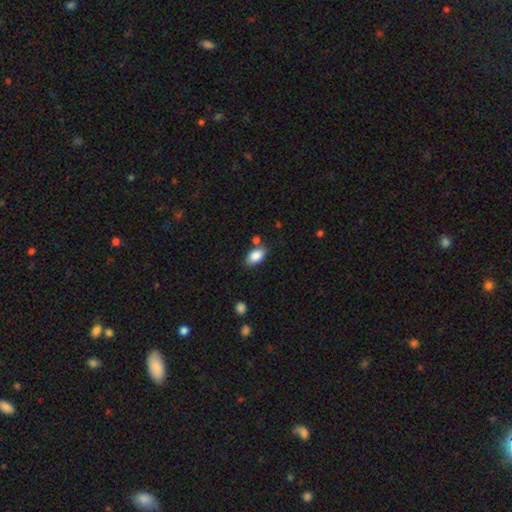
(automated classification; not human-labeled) smooth_or_featured: smooth (p=0.87) [alt: star or artifact p=0.07]
how_rounded: in between (p=0.92) [alt: round p=0.06]
merging: none (p=0.75) [alt: minor disturbance p=0.13]